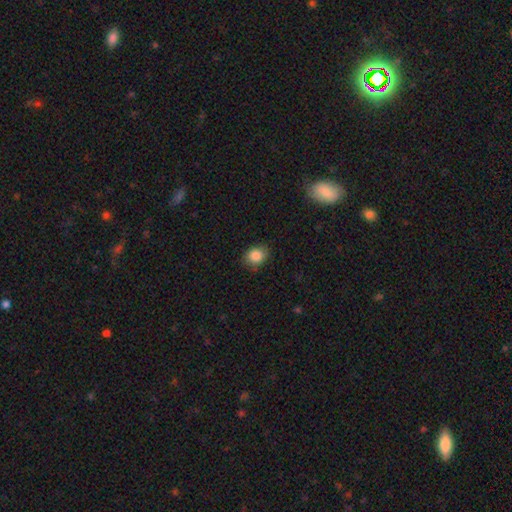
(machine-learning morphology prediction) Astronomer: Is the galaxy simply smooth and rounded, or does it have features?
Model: smooth — 86%.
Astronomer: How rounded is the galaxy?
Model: round — 55% (runner-up: in between, 44%).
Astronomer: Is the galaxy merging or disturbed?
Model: none — 79%.